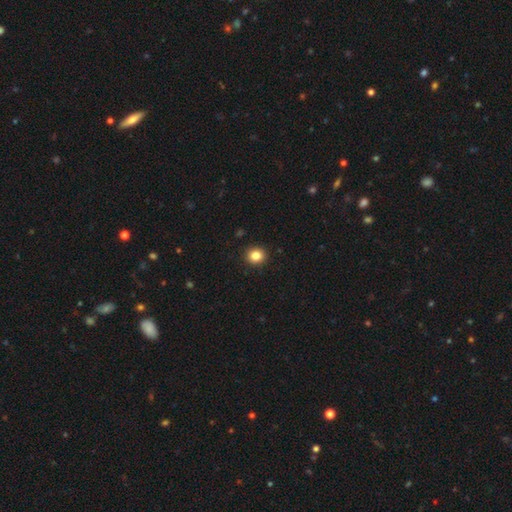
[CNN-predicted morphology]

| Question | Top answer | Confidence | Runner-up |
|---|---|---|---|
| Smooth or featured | smooth | 84% | star or artifact (10%) |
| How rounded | round | 82% | in between (18%) |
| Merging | none | 92% | minor disturbance (5%) |